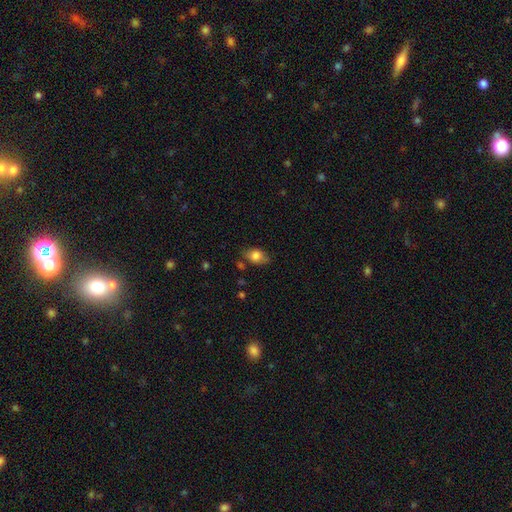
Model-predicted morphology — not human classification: Q: Smooth or featured?
A: smooth (79%); runner-up: featured or disk (13%)
Q: How rounded?
A: in between (81%); runner-up: round (16%)
Q: Merging?
A: none (72%); runner-up: minor disturbance (20%)